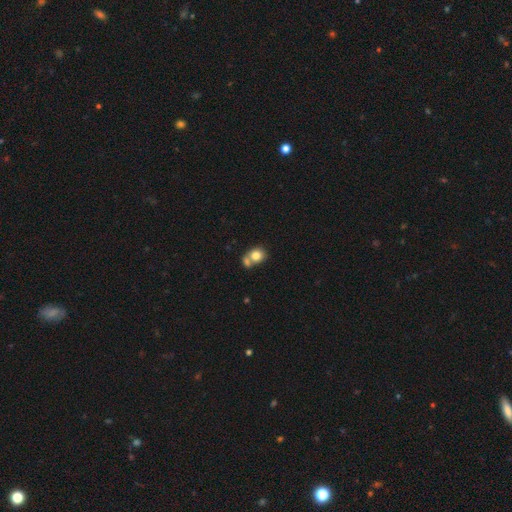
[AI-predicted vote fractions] Smooth or featured: smooth — 78% (featured or disk — 13%)
How rounded: round — 64% (in between — 35%)
Merging: merger — 51% (none — 35%)